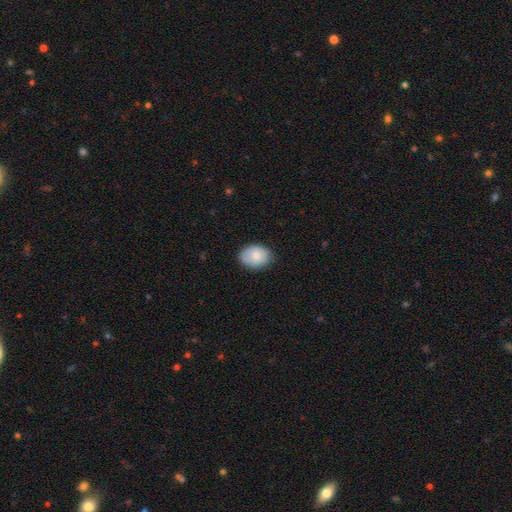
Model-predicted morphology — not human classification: Smooth or featured? Predicted: smooth (p=0.75). How rounded? Predicted: in between (p=0.70). Merging? Predicted: none (p=0.79).